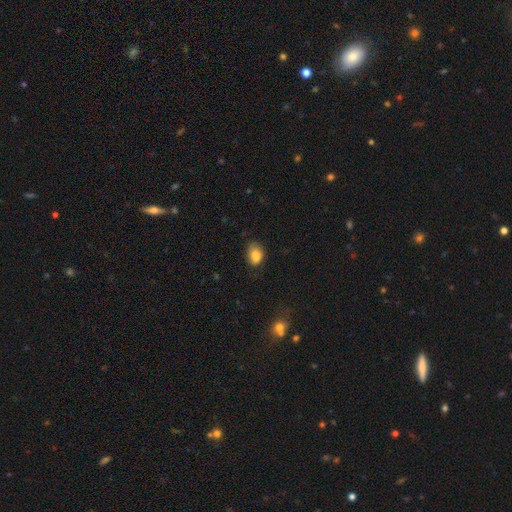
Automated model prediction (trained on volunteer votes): Smooth or featured: smooth — 83% (star or artifact — 9%)
How rounded: in between — 78% (round — 21%)
Merging: none — 59% (minor disturbance — 30%)